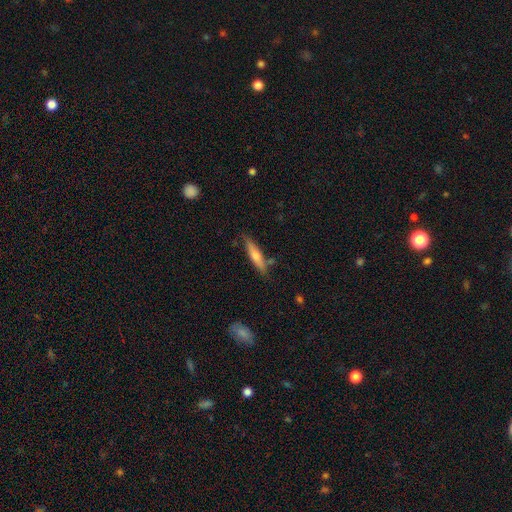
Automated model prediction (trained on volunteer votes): This appears to be a smooth galaxy with no disk features (47%). Merging: none (81%).